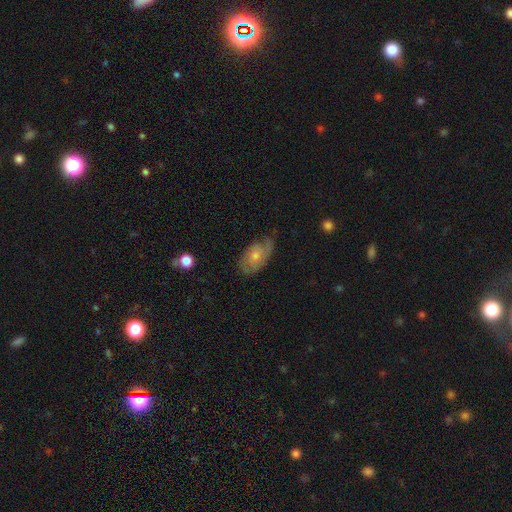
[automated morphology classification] This is possibly a featured or disk galaxy (52%). It is clearly not viewed edge-on (94%). Merging: possibly none (57%).